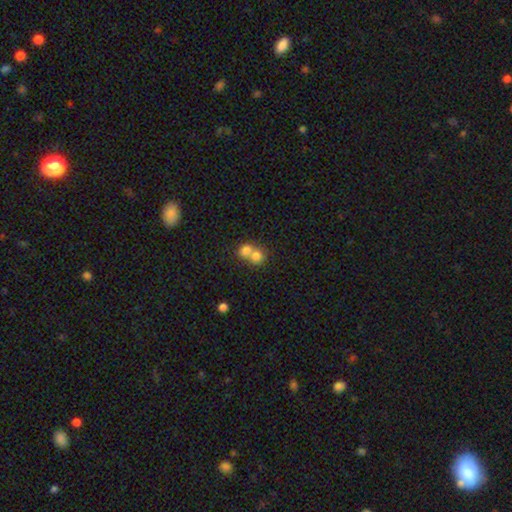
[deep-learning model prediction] Smooth or featured?
  - smooth: 75% *
  - featured or disk: 14%
  - star or artifact: 10%
How rounded?
  - round: 76% *
  - in between: 23%
  - cigar-shaped: 1%
Merging?
  - merger: 67% *
  - none: 26%
  - minor disturbance: 4%
  - major disturbance: 2%